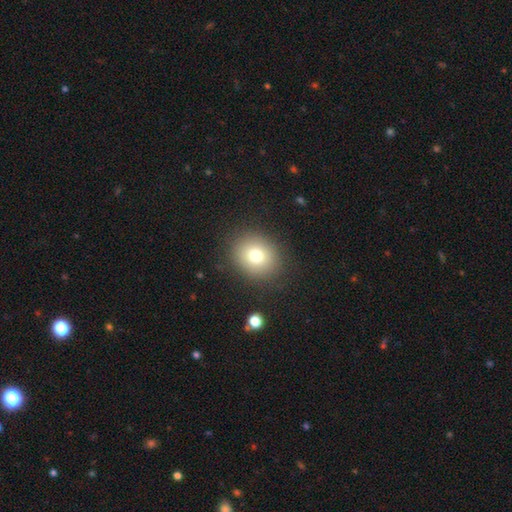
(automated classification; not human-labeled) Smooth or featured?
  - smooth: 76% *
  - star or artifact: 13%
  - featured or disk: 11%
How rounded?
  - round: 72% *
  - in between: 27%
  - cigar-shaped: 1%
Merging?
  - none: 86% *
  - minor disturbance: 8%
  - major disturbance: 4%
  - merger: 2%